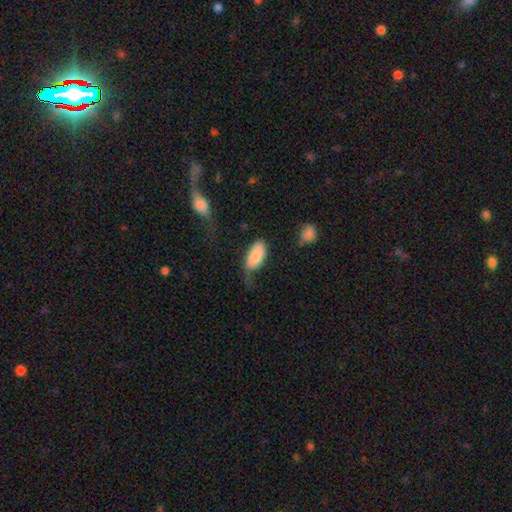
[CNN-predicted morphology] smooth 81%, featured or disk 13%, star or artifact 6%. Down the decision tree: how rounded — in between (94%); merging — none (35%).